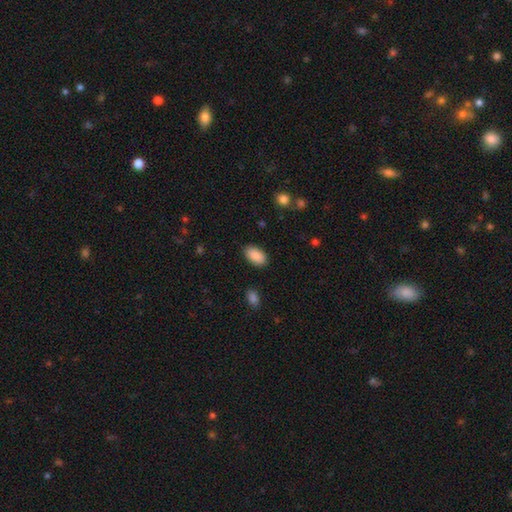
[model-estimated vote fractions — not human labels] Smooth or featured: smooth — 89% (star or artifact — 7%)
How rounded: in between — 95% (round — 3%)
Merging: none — 87% (minor disturbance — 9%)